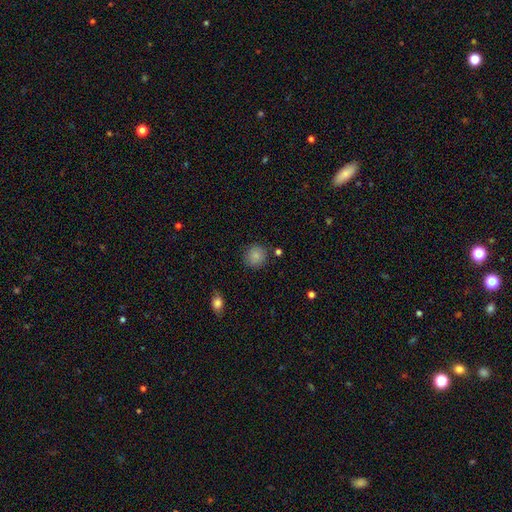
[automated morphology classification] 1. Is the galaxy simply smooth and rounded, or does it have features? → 85% smooth, 10% star or artifact, 5% featured or disk.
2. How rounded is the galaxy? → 90% round, 9% in between, 1% cigar-shaped.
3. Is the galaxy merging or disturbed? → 87% none, 8% minor disturbance, 3% merger, 2% major disturbance.